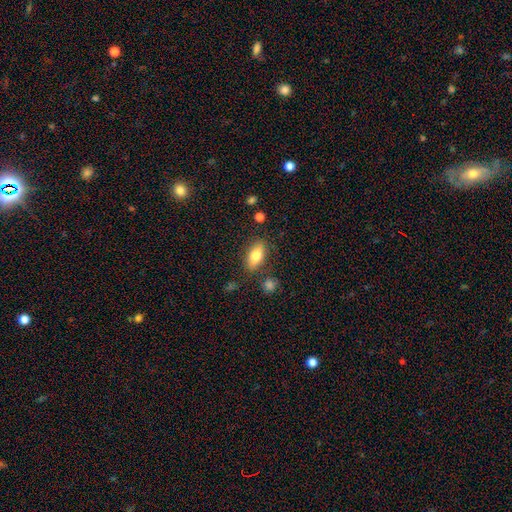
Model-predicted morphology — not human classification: This is likely a smooth galaxy (74%). How rounded: clearly in between (84%). Merging: clearly none (83%).